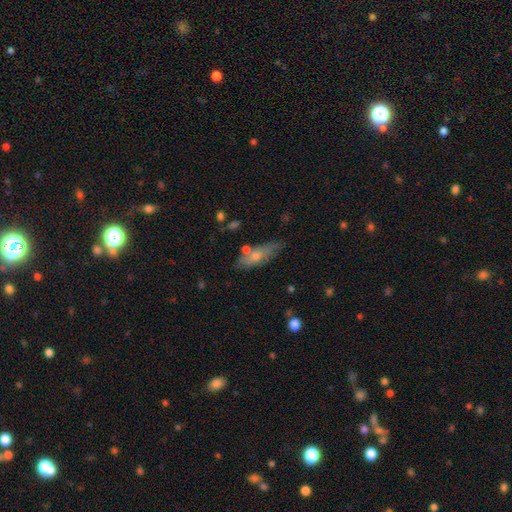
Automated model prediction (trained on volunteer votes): smooth-or-featured: smooth: 52% | featured or disk: 40% | star or artifact: 9%
  how-rounded: in between: 49% | cigar-shaped: 48% | round: 3%
  merging: none: 67% | minor disturbance: 20% | merger: 8% | major disturbance: 5%